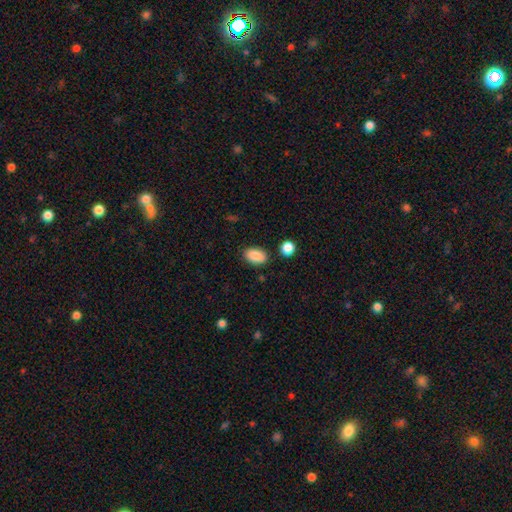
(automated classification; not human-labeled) Smooth or featured? smooth (88%)
How rounded? in between (90%)
Merging? none (84%)